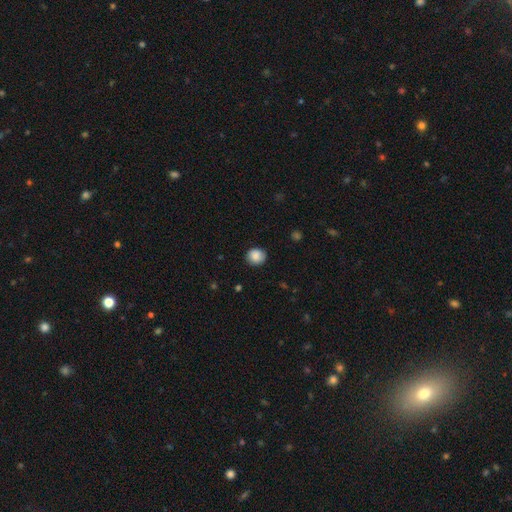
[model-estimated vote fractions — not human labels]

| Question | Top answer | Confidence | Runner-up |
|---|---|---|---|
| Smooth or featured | smooth | 86% | star or artifact (8%) |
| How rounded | round | 81% | in between (18%) |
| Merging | none | 84% | minor disturbance (12%) |